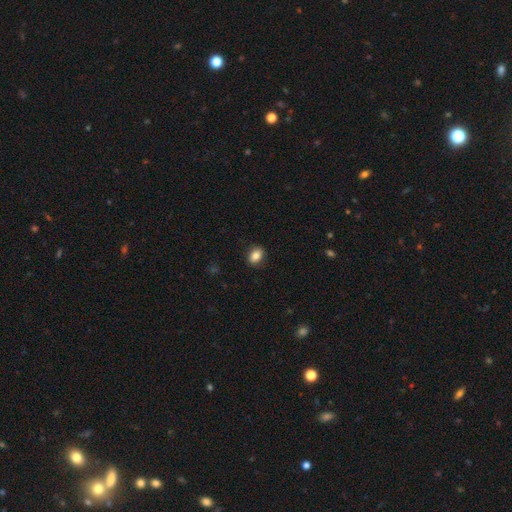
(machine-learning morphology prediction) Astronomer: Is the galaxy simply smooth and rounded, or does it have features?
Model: smooth — 85%.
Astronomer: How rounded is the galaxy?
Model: in between — 70%.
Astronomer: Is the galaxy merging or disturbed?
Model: none — 88%.